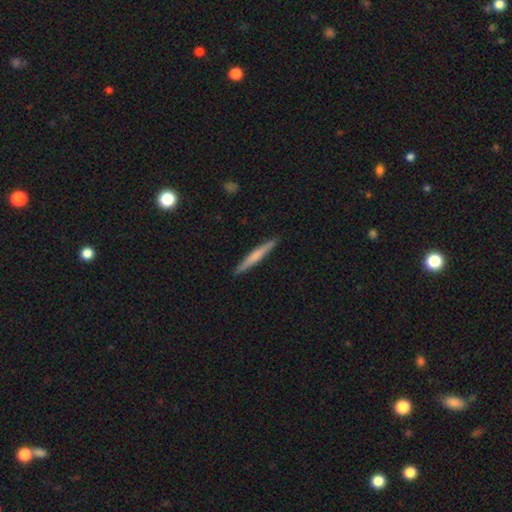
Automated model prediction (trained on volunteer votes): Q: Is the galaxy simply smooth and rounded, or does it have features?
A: smooth — 57%.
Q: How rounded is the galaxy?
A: cigar-shaped — 96%.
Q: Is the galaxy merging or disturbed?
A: none — 91%.